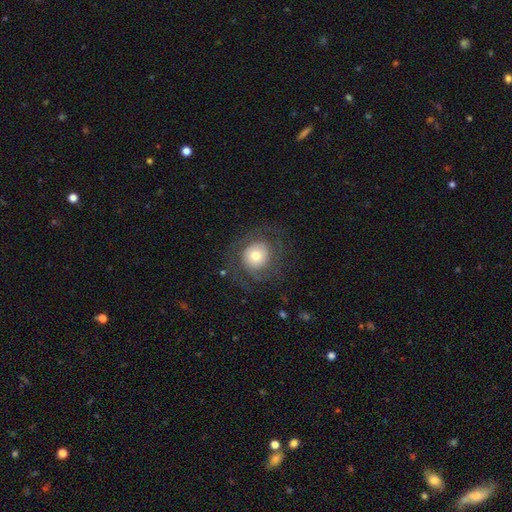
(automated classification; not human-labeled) This appears to be a smooth galaxy with no disk features (46%). Merging: none (67%).